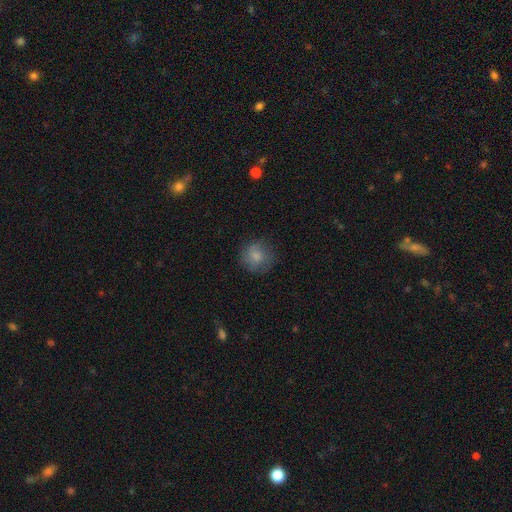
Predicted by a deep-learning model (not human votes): smooth 79%, featured or disk 13%, star or artifact 9%. Down the decision tree: how rounded — round (89%); merging — none (75%).